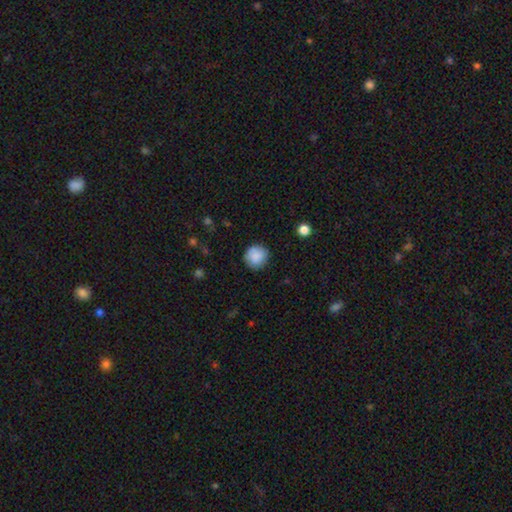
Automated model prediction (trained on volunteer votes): The model was most divided on "merging": none: 85%, minor disturbance: 11%, major disturbance: 3%, merger: 1%. More confident: how rounded — round (92%); smooth or featured — smooth (87%).